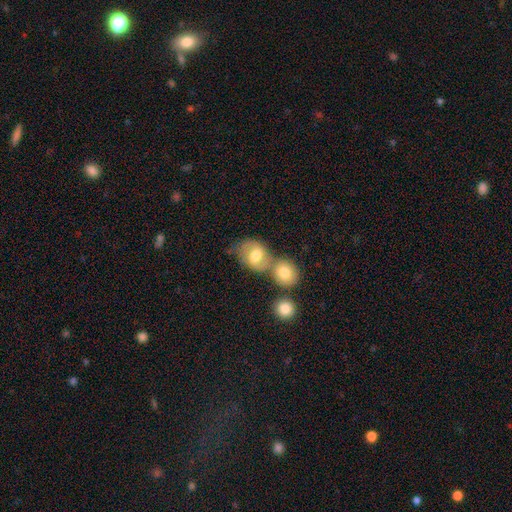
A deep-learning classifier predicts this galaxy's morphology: This is likely a smooth galaxy (65%). How rounded: possibly in between (55%). Merging: marginally merger (44%).